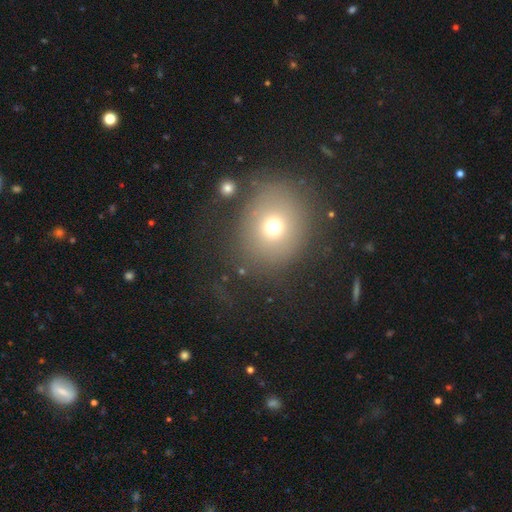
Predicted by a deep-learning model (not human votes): smooth_or_featured: smooth (p=0.64) [alt: star or artifact p=0.22]
how_rounded: round (p=0.79) [alt: in between p=0.20]
merging: none (p=0.76) [alt: minor disturbance p=0.13]